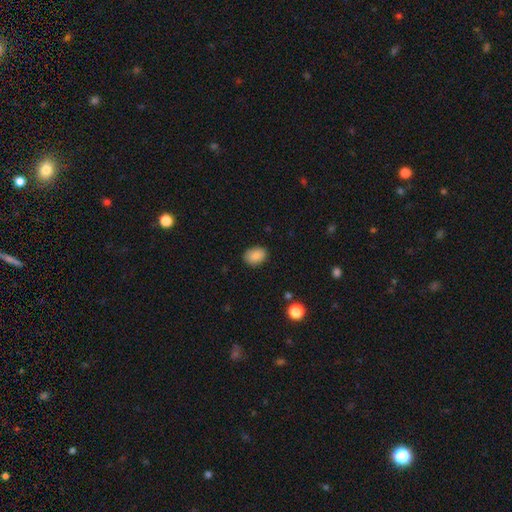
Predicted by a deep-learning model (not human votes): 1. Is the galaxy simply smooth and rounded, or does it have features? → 86% smooth, 8% star or artifact, 6% featured or disk.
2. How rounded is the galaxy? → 70% in between, 29% round, 1% cigar-shaped.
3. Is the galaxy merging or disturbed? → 85% none, 11% minor disturbance, 2% major disturbance, 1% merger.